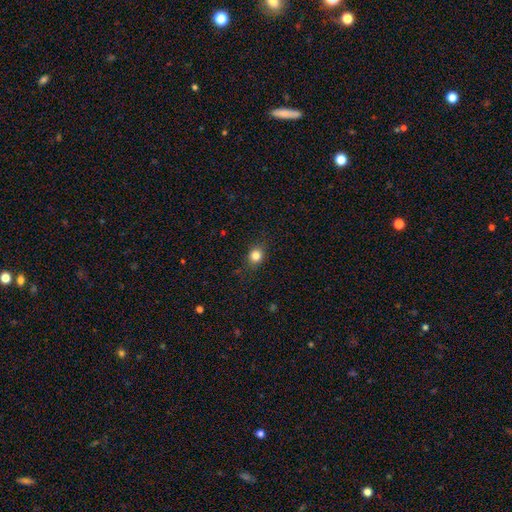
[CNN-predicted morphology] Overall: smooth (83%). How rounded: round (72%). Merging: none (84%).